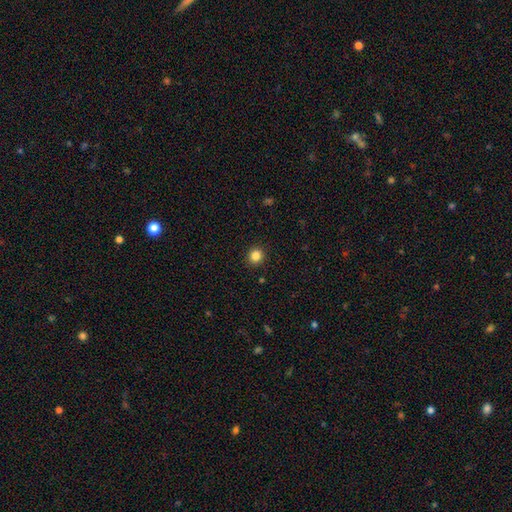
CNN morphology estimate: Smooth or featured? smooth (85%)
How rounded? round (87%)
Merging? none (92%)